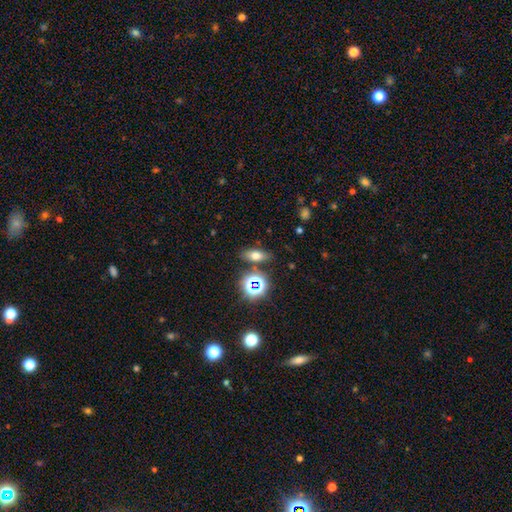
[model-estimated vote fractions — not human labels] smooth-or-featured: smooth: 62% | star or artifact: 21% | featured or disk: 17%
  how-rounded: in between: 67% | cigar-shaped: 19% | round: 15%
  merging: none: 80% | minor disturbance: 10% | merger: 6% | major disturbance: 3%